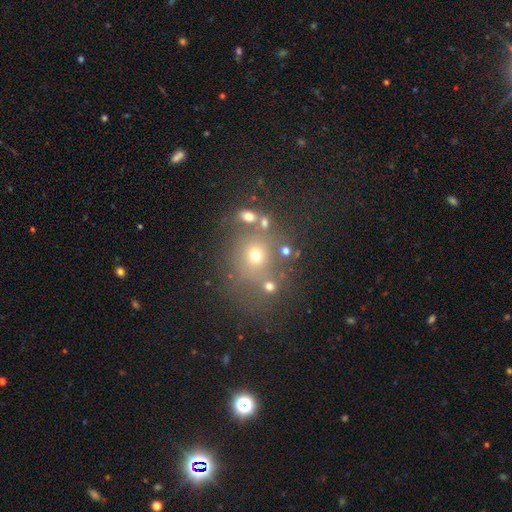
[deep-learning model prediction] A smooth galaxy with no disk features (61%) that is round (76%).

Vote fractions:
- Smooth or featured? smooth: 61% / star or artifact: 24% / featured or disk: 15%
- How rounded? round: 76% / in between: 23% / cigar-shaped: 1%
- Merging? none: 60% / merger: 18% / minor disturbance: 14% / major disturbance: 8%